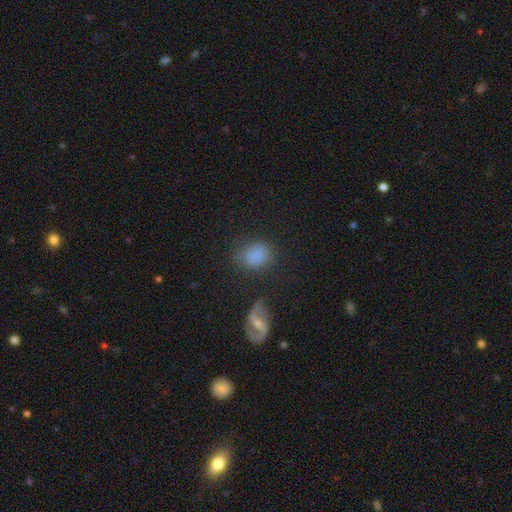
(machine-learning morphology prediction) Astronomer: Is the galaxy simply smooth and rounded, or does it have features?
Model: smooth — 71%.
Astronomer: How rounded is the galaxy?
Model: in between — 57% (runner-up: round, 41%).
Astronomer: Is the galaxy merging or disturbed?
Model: none — 60%.